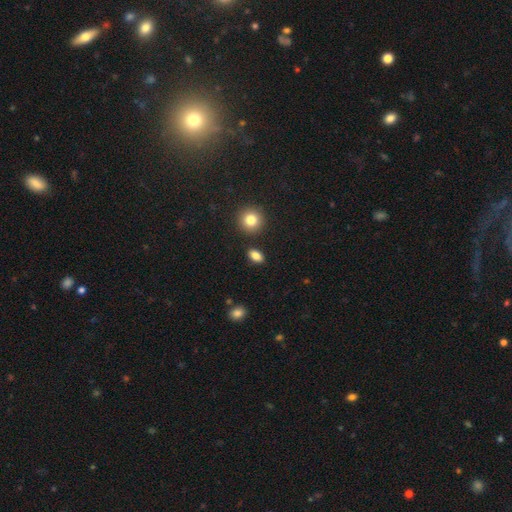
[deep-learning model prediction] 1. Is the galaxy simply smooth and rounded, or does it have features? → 85% smooth, 10% star or artifact, 6% featured or disk.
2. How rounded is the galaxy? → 80% in between, 17% round, 3% cigar-shaped.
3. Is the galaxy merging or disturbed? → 87% none, 8% minor disturbance, 3% merger, 2% major disturbance.